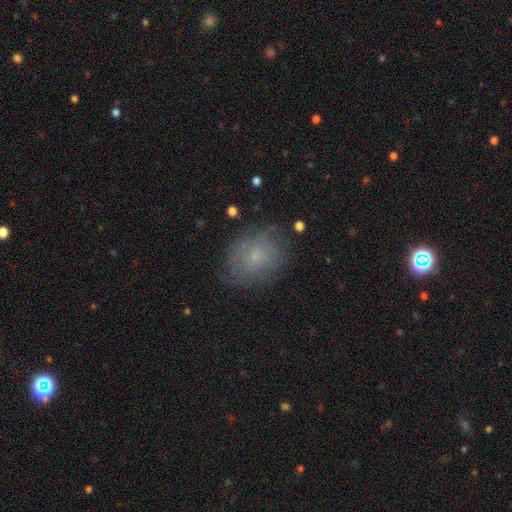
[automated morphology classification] Smooth or featured?
  - smooth: 57% *
  - featured or disk: 31%
  - star or artifact: 12%
How rounded?
  - in between: 55% *
  - round: 44%
  - cigar-shaped: 1%
Merging?
  - none: 74% *
  - minor disturbance: 18%
  - major disturbance: 7%
  - merger: 1%